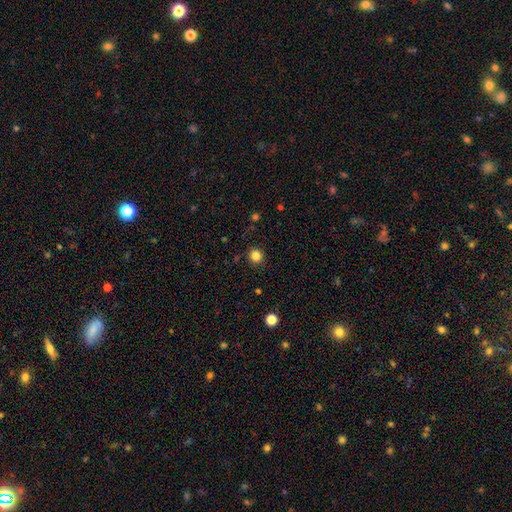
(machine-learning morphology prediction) smooth_or_featured: smooth (p=0.83) [alt: star or artifact p=0.12]
how_rounded: round (p=0.92) [alt: in between p=0.07]
merging: none (p=0.90) [alt: minor disturbance p=0.07]